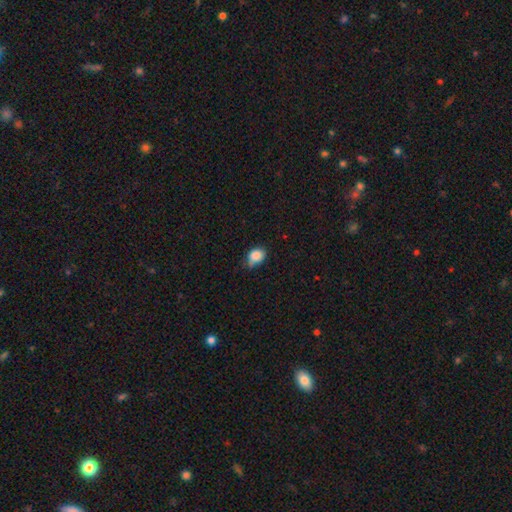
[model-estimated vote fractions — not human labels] A smooth galaxy with no disk features (86%) that is round (51%).

Vote fractions:
- Smooth or featured? smooth: 86% / star or artifact: 9% / featured or disk: 5%
- How rounded? round: 51% / in between: 48% / cigar-shaped: 1%
- Merging? none: 47% / minor disturbance: 39% / major disturbance: 8% / merger: 5%